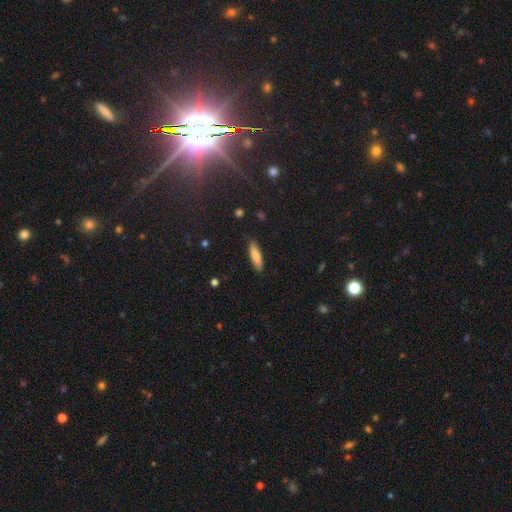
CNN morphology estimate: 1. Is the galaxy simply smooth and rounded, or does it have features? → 77% smooth, 17% featured or disk, 7% star or artifact.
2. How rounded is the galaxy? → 66% cigar-shaped, 32% in between, 2% round.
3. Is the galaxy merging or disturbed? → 87% none, 10% minor disturbance, 2% major disturbance, 1% merger.